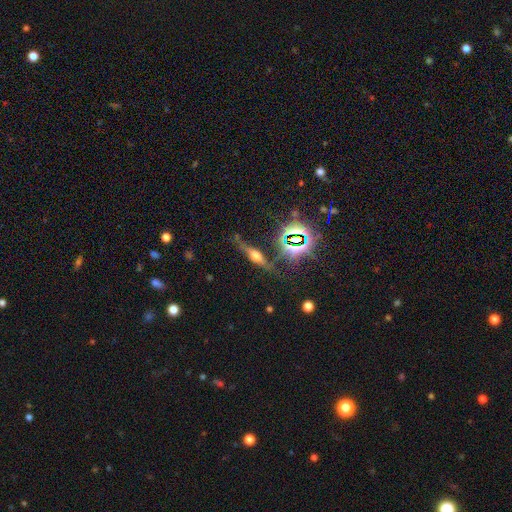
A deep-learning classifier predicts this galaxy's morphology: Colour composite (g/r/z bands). It shows a featured or disk galaxy (45%). Merging: none (68%).